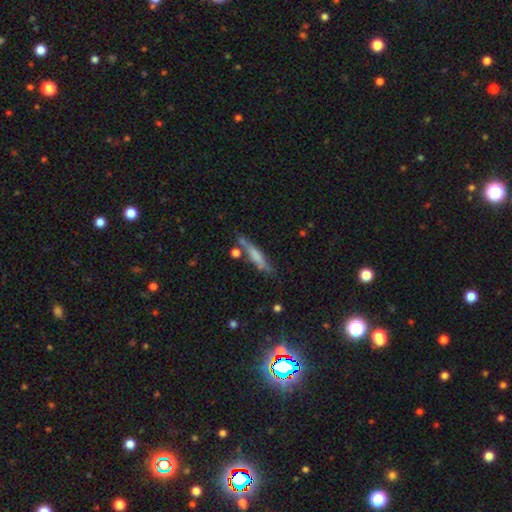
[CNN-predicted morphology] Smooth or featured?
  - smooth: 56% *
  - featured or disk: 36%
  - star or artifact: 8%
How rounded?
  - cigar-shaped: 87% *
  - in between: 10%
  - round: 2%
Merging?
  - none: 70% *
  - minor disturbance: 18%
  - merger: 8%
  - major disturbance: 5%